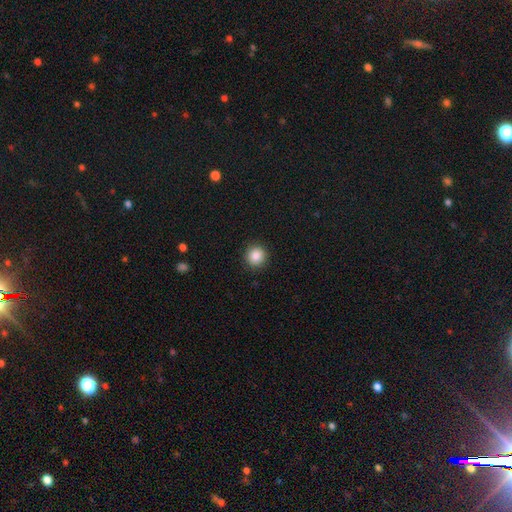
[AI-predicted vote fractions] This is clearly a smooth galaxy (87%). How rounded: clearly round (92%). Merging: clearly none (91%).